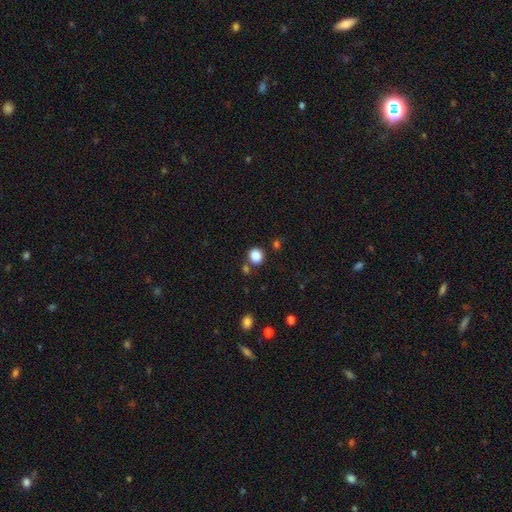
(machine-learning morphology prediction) A smooth galaxy with no disk features (86%) that is round (81%). Merging: none (78%).